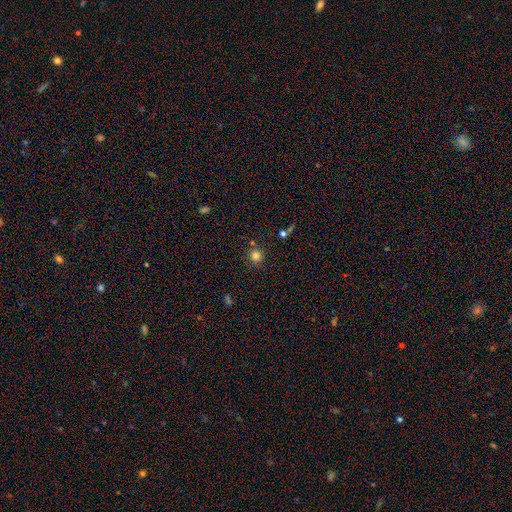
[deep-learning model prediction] Smooth or featured? Predicted: smooth (p=0.80). How rounded? Predicted: round (p=0.90). Merging? Predicted: none (p=0.79).